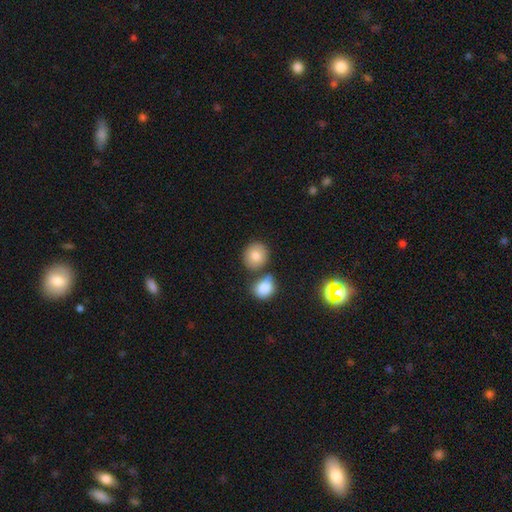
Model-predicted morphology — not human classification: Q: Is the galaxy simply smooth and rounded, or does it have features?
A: smooth — 82%.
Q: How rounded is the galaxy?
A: round — 82%.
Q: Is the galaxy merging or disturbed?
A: none — 68%.